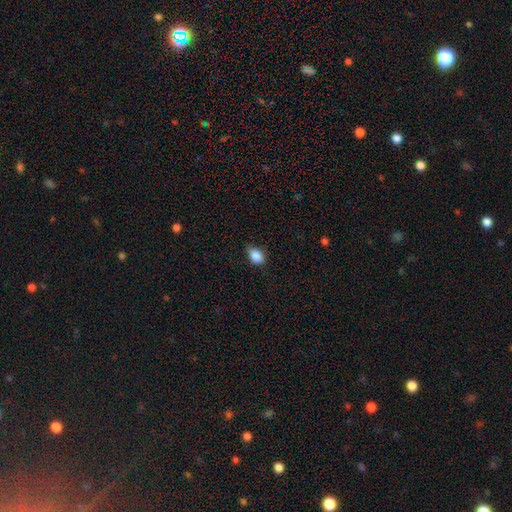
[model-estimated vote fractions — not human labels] Smooth or featured: smooth — 86% (star or artifact — 9%)
How rounded: in between — 75% (round — 24%)
Merging: none — 72% (minor disturbance — 24%)